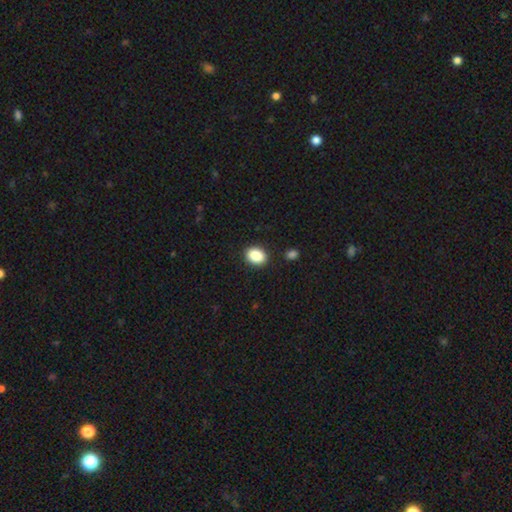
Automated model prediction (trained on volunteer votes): Smooth or featured?
  - smooth: 89% *
  - star or artifact: 8%
  - featured or disk: 3%
How rounded?
  - in between: 68% *
  - round: 31%
  - cigar-shaped: 1%
Merging?
  - none: 88% *
  - minor disturbance: 8%
  - major disturbance: 2%
  - merger: 2%